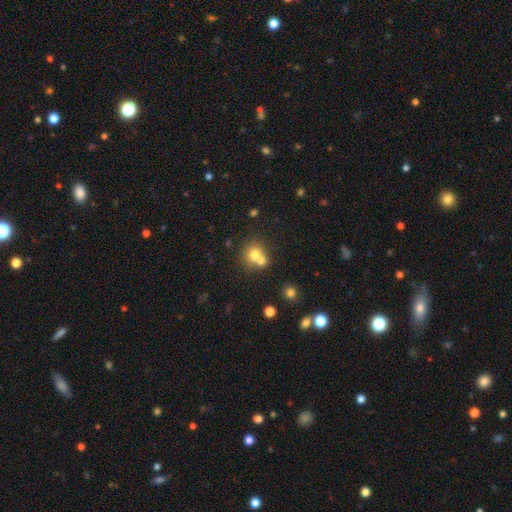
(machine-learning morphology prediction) A smooth galaxy with no disk features (72%) that is round (81%).

Vote fractions:
- Smooth or featured? smooth: 72% / featured or disk: 16% / star or artifact: 13%
- How rounded? round: 81% / in between: 18% / cigar-shaped: 1%
- Merging? merger: 50% / none: 40% / minor disturbance: 7% / major disturbance: 3%